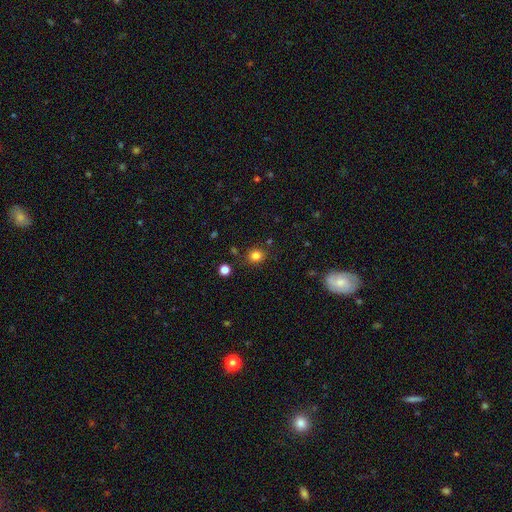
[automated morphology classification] This appears to be a smooth galaxy with no disk features (82%) that is round (84%). Merging: none (85%).